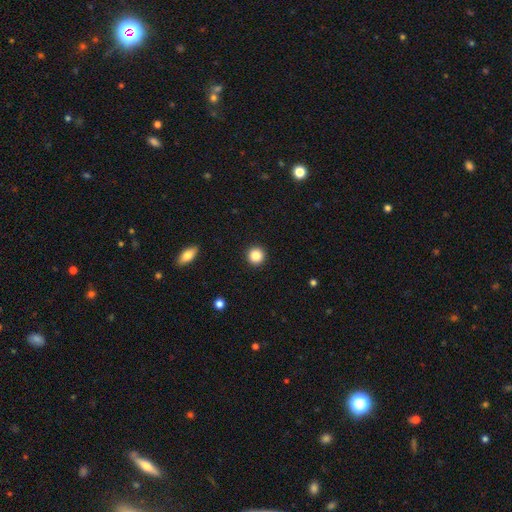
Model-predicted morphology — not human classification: Smooth or featured? smooth (86%)
How rounded? round (95%)
Merging? none (93%)